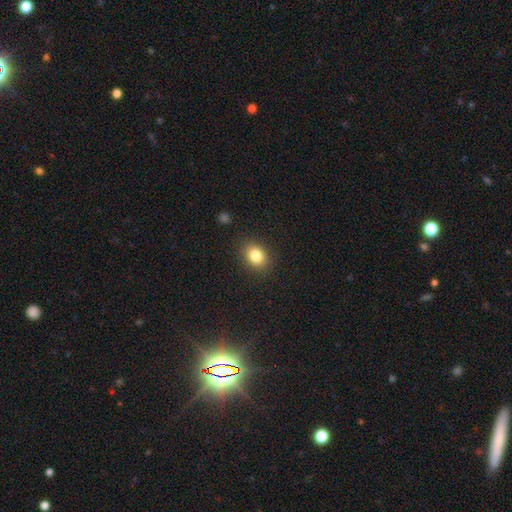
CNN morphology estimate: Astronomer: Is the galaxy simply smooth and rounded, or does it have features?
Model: smooth — 83%.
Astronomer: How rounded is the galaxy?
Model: in between — 54% (runner-up: round, 45%).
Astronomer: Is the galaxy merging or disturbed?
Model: none — 87%.